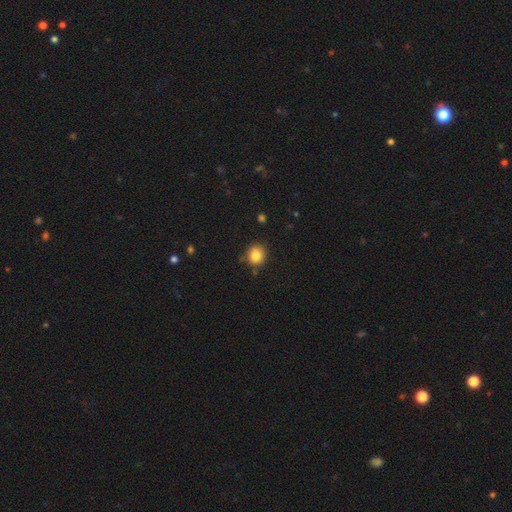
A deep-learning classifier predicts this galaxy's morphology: Smooth or featured: smooth — 82% (star or artifact — 11%)
How rounded: round — 84% (in between — 16%)
Merging: none — 80% (minor disturbance — 14%)